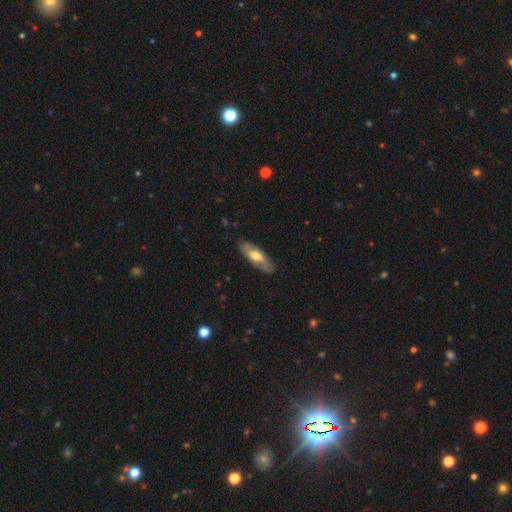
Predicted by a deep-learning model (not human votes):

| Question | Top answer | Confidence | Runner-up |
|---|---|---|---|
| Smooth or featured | featured or disk | 54% | smooth (41%) |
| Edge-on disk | no | 71% | yes (29%) |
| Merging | none | 82% | minor disturbance (13%) |